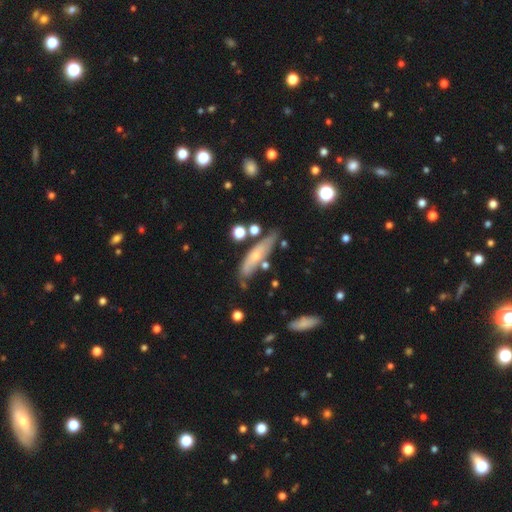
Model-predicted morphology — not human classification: A featured or disk galaxy (48%).

Vote fractions:
- Smooth or featured? featured or disk: 48% / smooth: 45% / star or artifact: 7%
- Merging? none: 66% / minor disturbance: 21% / merger: 8% / major disturbance: 5%